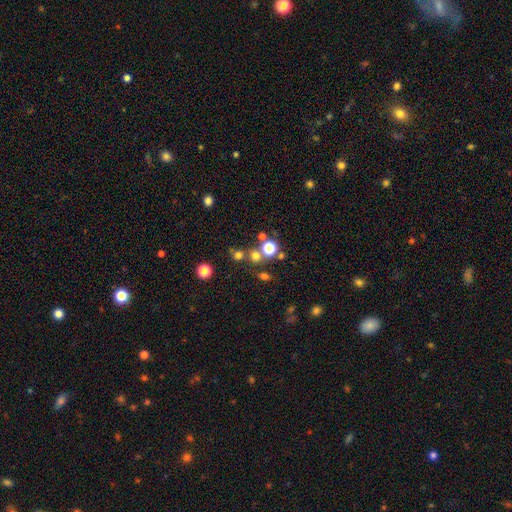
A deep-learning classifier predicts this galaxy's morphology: type=smooth (64%); roundness=round (88%); merging=none (66%).